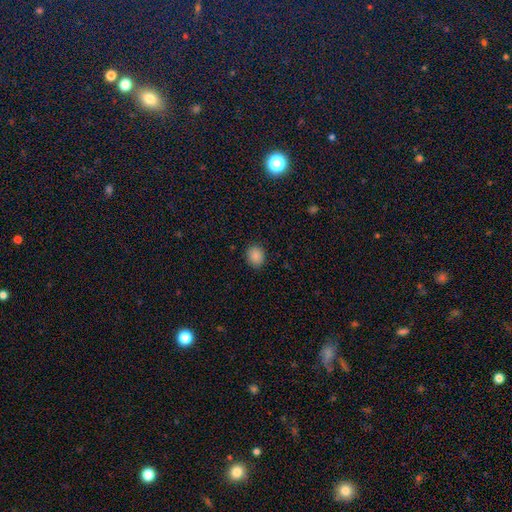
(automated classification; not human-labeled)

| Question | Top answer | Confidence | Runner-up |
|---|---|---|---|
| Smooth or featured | smooth | 87% | star or artifact (10%) |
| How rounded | round | 64% | in between (35%) |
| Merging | none | 89% | minor disturbance (8%) |